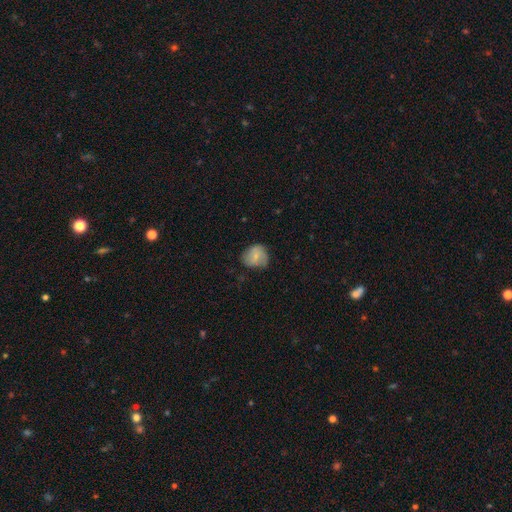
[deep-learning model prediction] Smooth or featured?
  - smooth: 69% *
  - featured or disk: 23%
  - star or artifact: 8%
How rounded?
  - round: 69% *
  - in between: 30%
  - cigar-shaped: 1%
Merging?
  - none: 57% *
  - minor disturbance: 32%
  - major disturbance: 9%
  - merger: 1%